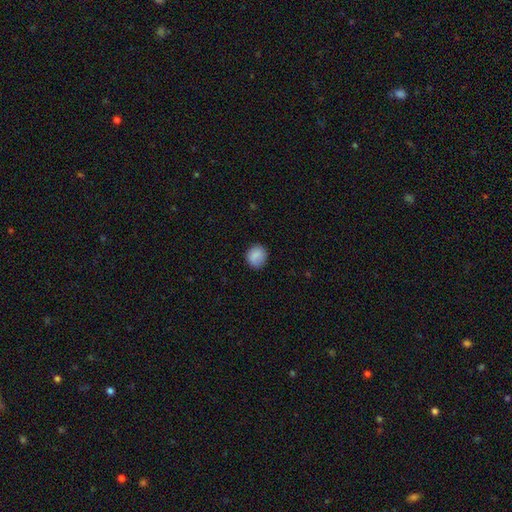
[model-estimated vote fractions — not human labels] Smooth or featured? Predicted: smooth (p=0.86). How rounded? Predicted: round (p=0.83). Merging? Predicted: none (p=0.84).